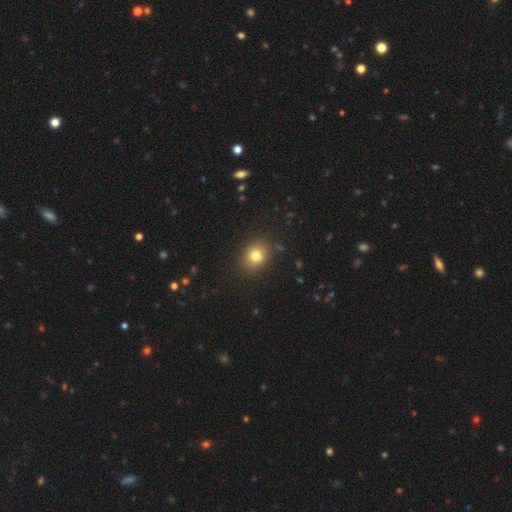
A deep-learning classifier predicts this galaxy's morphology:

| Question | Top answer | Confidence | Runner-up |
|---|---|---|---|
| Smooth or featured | smooth | 78% | star or artifact (13%) |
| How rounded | round | 67% | in between (32%) |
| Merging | none | 86% | minor disturbance (9%) |